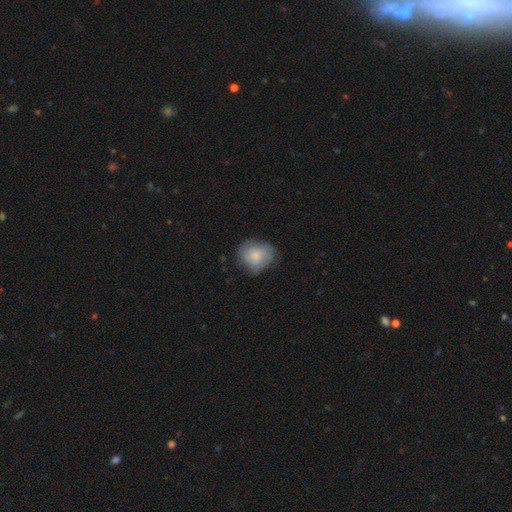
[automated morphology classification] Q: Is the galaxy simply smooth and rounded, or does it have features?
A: smooth — 65%.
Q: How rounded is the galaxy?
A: round — 71%.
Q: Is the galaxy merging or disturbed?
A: none — 66%.